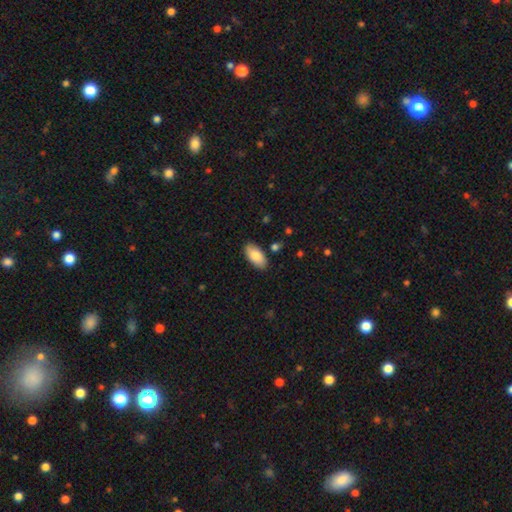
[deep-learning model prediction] Q: Smooth or featured?
A: smooth (84%); runner-up: featured or disk (9%)
Q: How rounded?
A: in between (93%); runner-up: cigar-shaped (5%)
Q: Merging?
A: none (86%); runner-up: minor disturbance (10%)